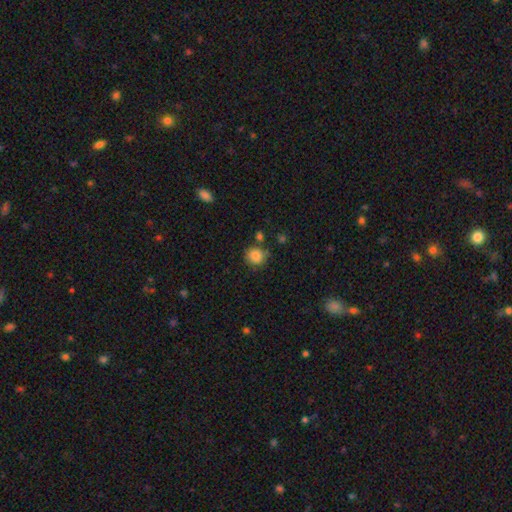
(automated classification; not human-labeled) Morphology: type=smooth (86%); roundness=round (87%); merging=none (73%).